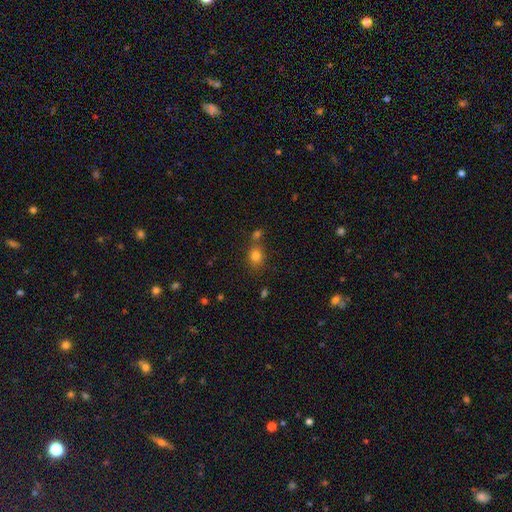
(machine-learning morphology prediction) smooth_or_featured: smooth (p=0.77) [alt: star or artifact p=0.16]
how_rounded: round (p=0.60) [alt: in between p=0.38]
merging: none (p=0.67) [alt: merger p=0.18]